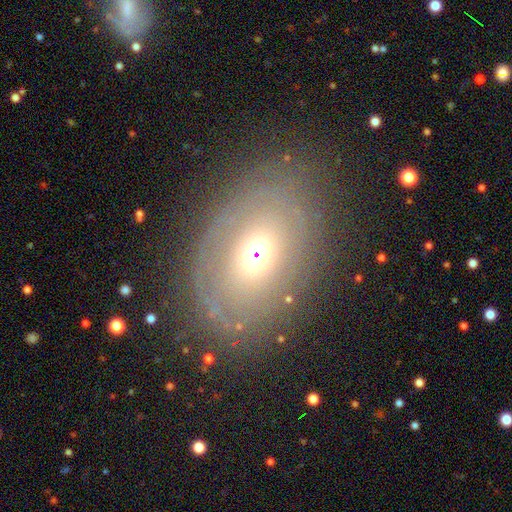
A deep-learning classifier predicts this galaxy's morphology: smooth_or_featured: featured or disk (p=0.45) [alt: smooth p=0.40]
merging: none (p=0.73) [alt: minor disturbance p=0.15]